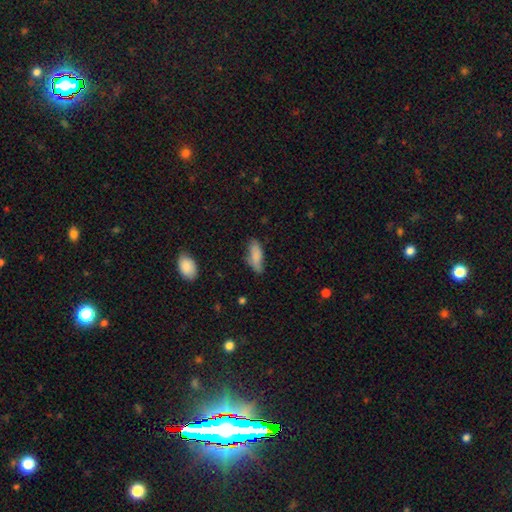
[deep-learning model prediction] This is clearly a smooth galaxy (82%). How rounded: likely in between (68%). Merging: likely none (61%).